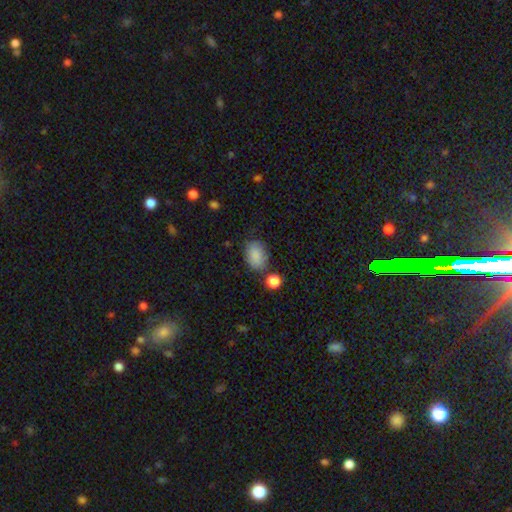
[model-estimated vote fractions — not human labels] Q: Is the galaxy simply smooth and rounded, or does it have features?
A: smooth — 86%.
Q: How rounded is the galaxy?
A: in between — 82%.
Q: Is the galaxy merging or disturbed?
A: none — 70%.